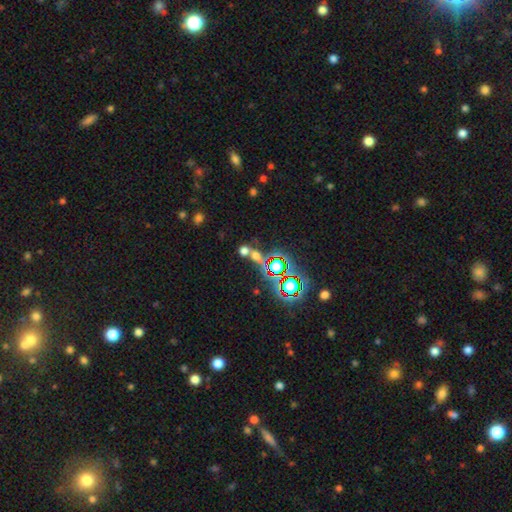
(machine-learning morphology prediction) Smooth or featured?
  - smooth: 46% *
  - star or artifact: 41%
  - featured or disk: 13%
Merging?
  - none: 44% *
  - merger: 41%
  - minor disturbance: 8%
  - major disturbance: 7%